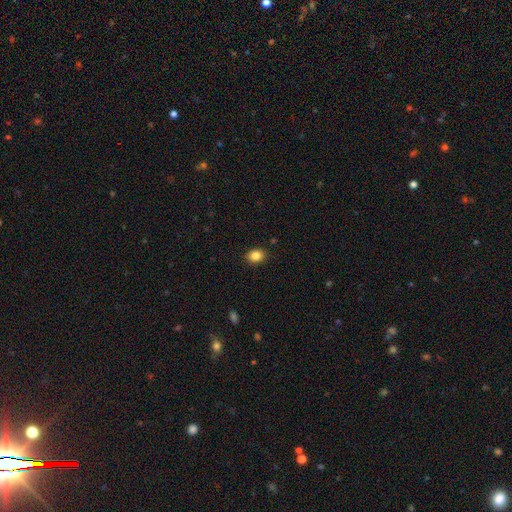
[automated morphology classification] smooth-or-featured: smooth: 85% | star or artifact: 10% | featured or disk: 5%
  how-rounded: in between: 52% | round: 47% | cigar-shaped: 1%
  merging: none: 88% | minor disturbance: 9% | major disturbance: 2% | merger: 1%